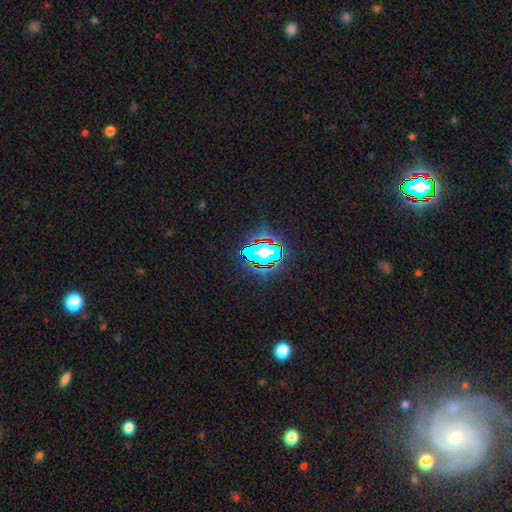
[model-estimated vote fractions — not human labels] Smooth or featured? star or artifact (79%)